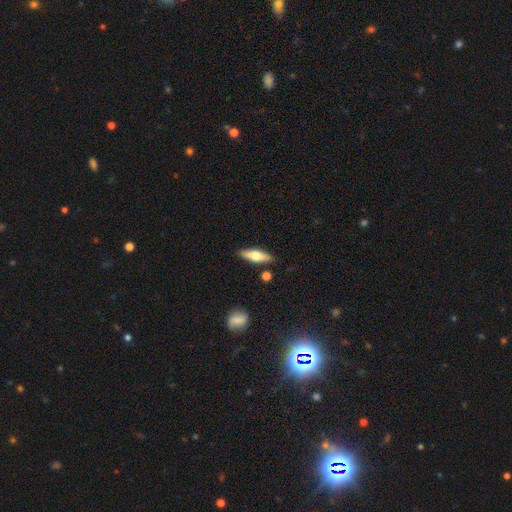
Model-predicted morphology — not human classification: type=smooth (59%); roundness=cigar-shaped (57%); merging=none (84%).